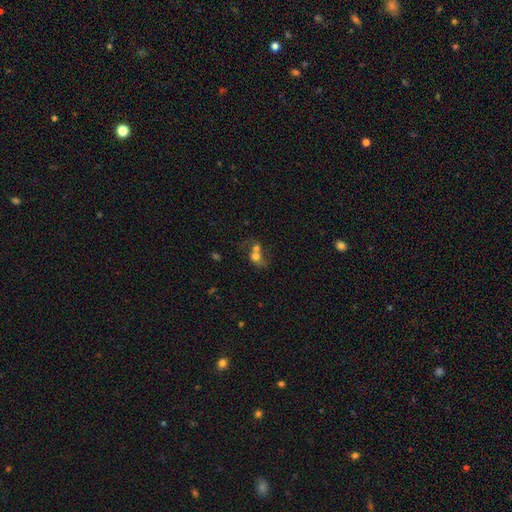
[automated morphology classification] smooth-or-featured: smooth: 60% | featured or disk: 26% | star or artifact: 13%
  how-rounded: round: 59% | in between: 40% | cigar-shaped: 2%
  merging: merger: 71% | none: 15% | major disturbance: 8% | minor disturbance: 6%